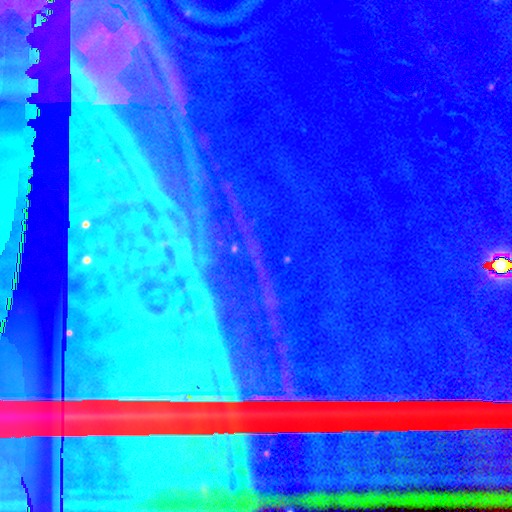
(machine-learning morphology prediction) This appears to be a star or artifact, not a galaxy (87%).